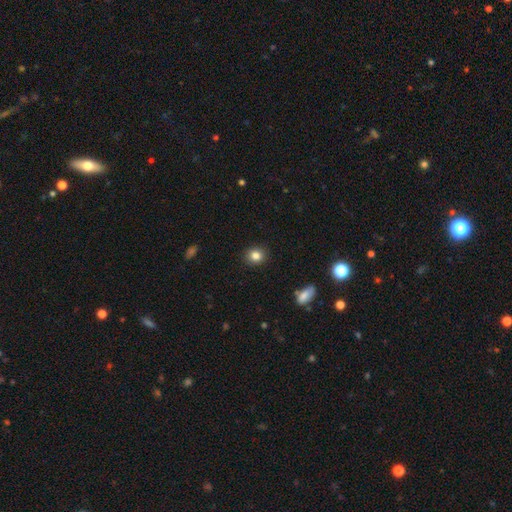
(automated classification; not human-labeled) The model was most divided on "how rounded": round: 77%, in between: 22%, cigar-shaped: 1%. More confident: merging — none (90%); smooth or featured — smooth (84%).